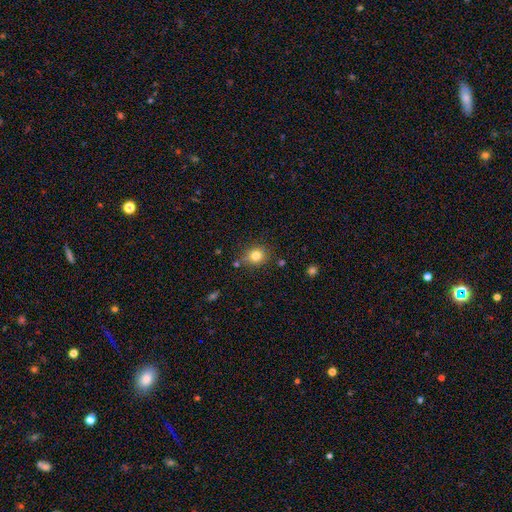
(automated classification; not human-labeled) smooth 80%, star or artifact 12%, featured or disk 8%. Down the decision tree: how rounded — round (73%); merging — none (76%).